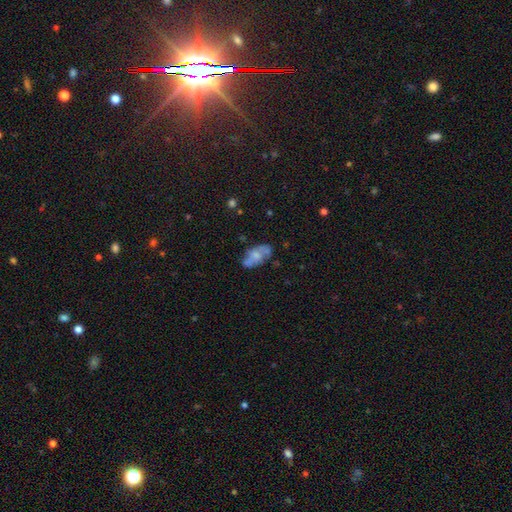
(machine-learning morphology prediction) Smooth or featured: featured or disk — 49% (smooth — 43%)
Merging: none — 58% (minor disturbance — 25%)